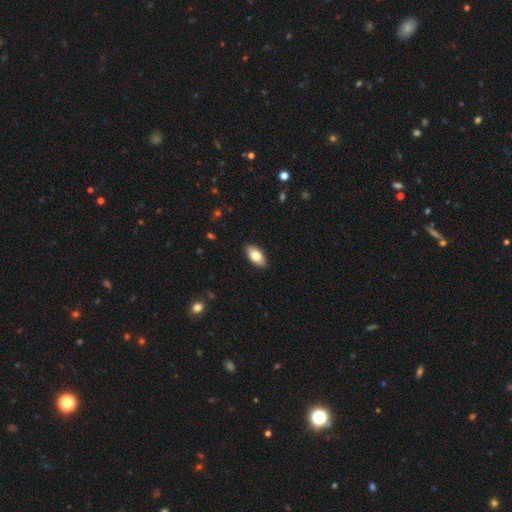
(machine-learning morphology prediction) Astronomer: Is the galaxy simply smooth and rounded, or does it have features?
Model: smooth — 80%.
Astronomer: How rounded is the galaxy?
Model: in between — 92%.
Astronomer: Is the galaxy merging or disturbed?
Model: none — 89%.